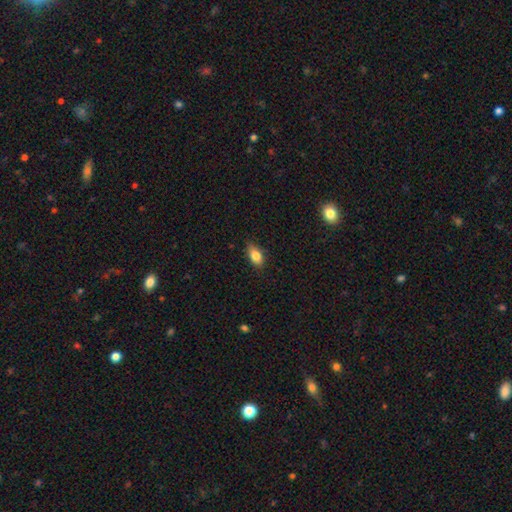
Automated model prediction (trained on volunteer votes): Q: Smooth or featured?
A: smooth (82%); runner-up: featured or disk (9%)
Q: How rounded?
A: in between (86%); runner-up: round (10%)
Q: Merging?
A: none (78%); runner-up: minor disturbance (18%)